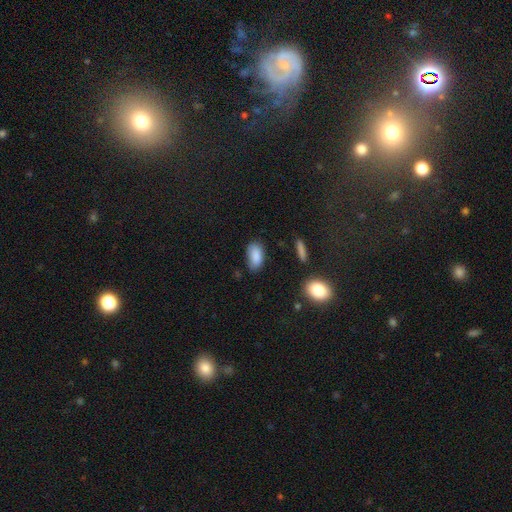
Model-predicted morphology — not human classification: Smooth or featured: smooth — 87% (star or artifact — 8%)
How rounded: in between — 92% (cigar-shaped — 4%)
Merging: none — 75% (minor disturbance — 19%)